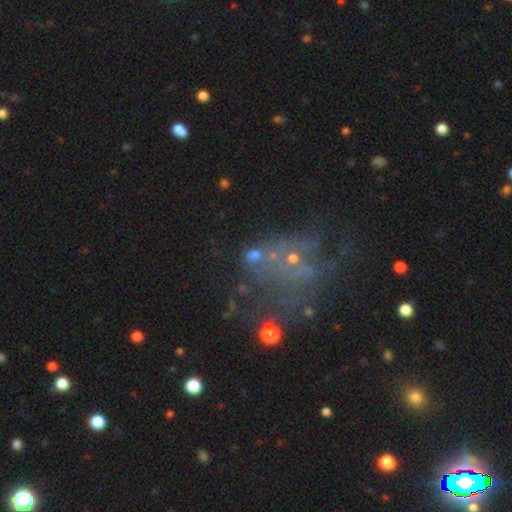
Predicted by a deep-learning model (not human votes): This appears to be a featured or disk galaxy (37%). Merging: none (37%).